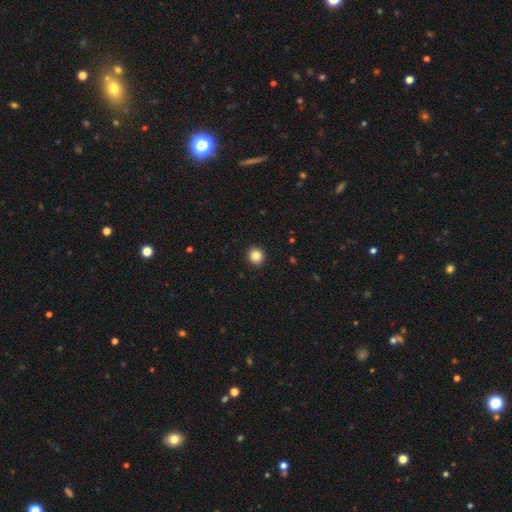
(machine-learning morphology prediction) This appears to be a smooth galaxy with no disk features (85%) that is round (89%). Merging: none (93%).